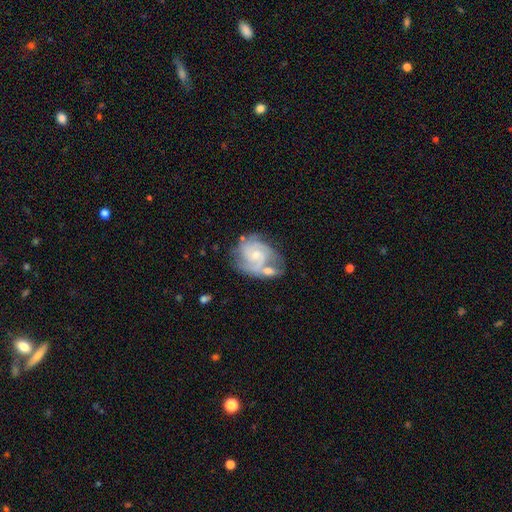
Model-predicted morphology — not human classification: Smooth or featured: featured or disk — 83% (smooth — 12%)
Edge-on disk: no — 98% (yes — 2%)
Bar: no — 60% (weak — 34%)
Spiral arms: yes — 95% (no — 5%)
Spiral winding: tight — 45% (medium — 44%)
Spiral arm count: 2 — 52% (3 — 24%)
Bulge size: small — 55% (moderate — 40%)
Merging: none — 38% (merger — 35%)